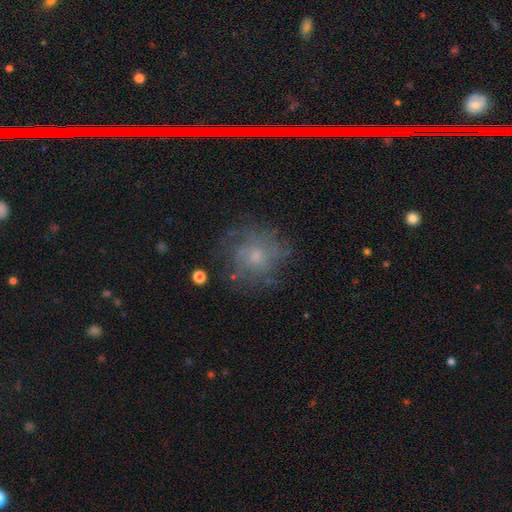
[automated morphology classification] Smooth or featured: featured or disk — 54% (smooth — 32%)
Edge-on disk: no — 97% (yes — 3%)
Bar: no — 81% (weak — 17%)
Spiral arms: yes — 74% (no — 26%)
Bulge size: small — 54% (moderate — 34%)
Merging: none — 70% (minor disturbance — 17%)